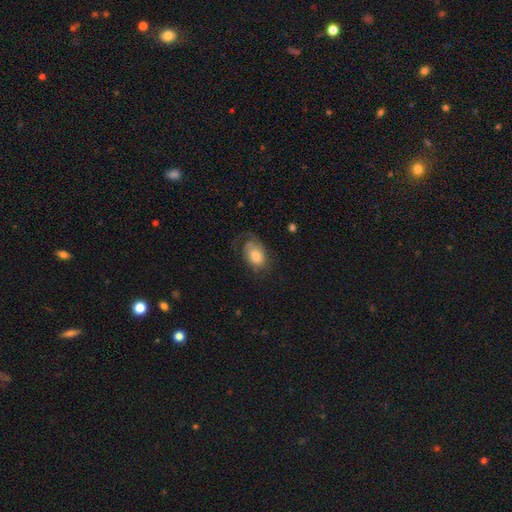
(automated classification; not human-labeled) Q: Smooth or featured?
A: smooth (58%); runner-up: featured or disk (35%)
Q: How rounded?
A: in between (83%); runner-up: round (16%)
Q: Merging?
A: none (51%); runner-up: major disturbance (24%)